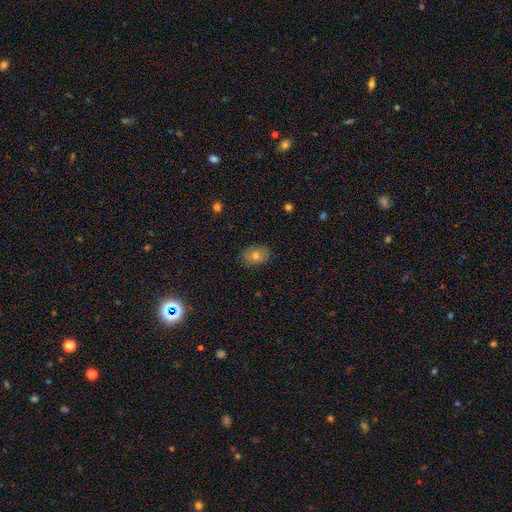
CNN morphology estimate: Smooth or featured?
  - smooth: 61% *
  - featured or disk: 25%
  - star or artifact: 14%
How rounded?
  - in between: 75% *
  - round: 24%
  - cigar-shaped: 1%
Merging?
  - none: 82% *
  - minor disturbance: 14%
  - major disturbance: 3%
  - merger: 1%